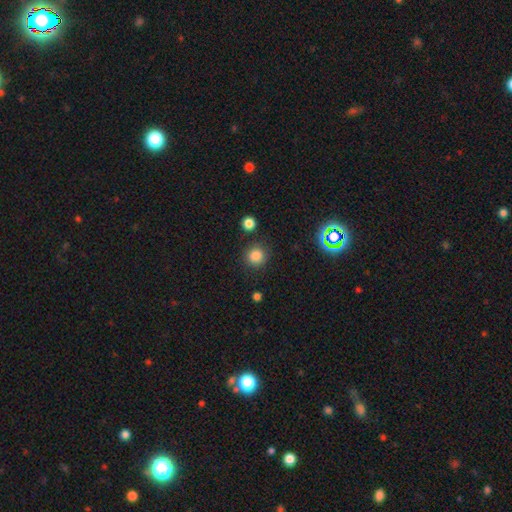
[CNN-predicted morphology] Smooth or featured: smooth — 82% (star or artifact — 13%)
How rounded: round — 91% (in between — 8%)
Merging: none — 85% (minor disturbance — 8%)